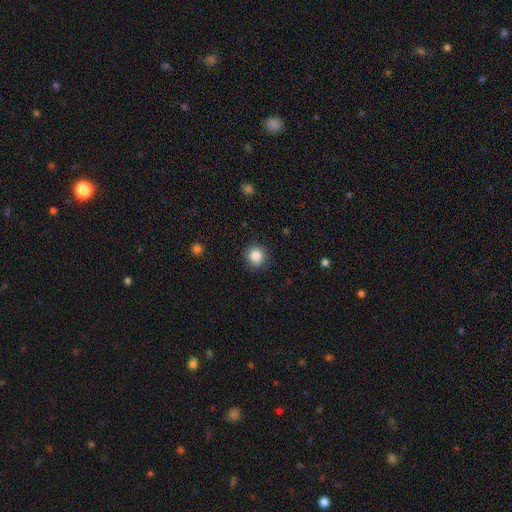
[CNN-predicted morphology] The model was most divided on "smooth or featured": smooth: 85%, star or artifact: 10%, featured or disk: 5%. More confident: how rounded — round (89%); merging — none (88%).